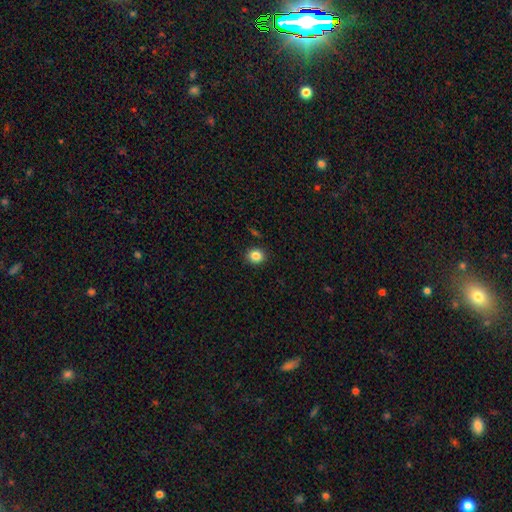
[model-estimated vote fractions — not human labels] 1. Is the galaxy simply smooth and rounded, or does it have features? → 85% smooth, 11% star or artifact, 5% featured or disk.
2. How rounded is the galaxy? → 78% round, 21% in between, 1% cigar-shaped.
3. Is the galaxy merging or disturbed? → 90% none, 7% minor disturbance, 2% major disturbance, 2% merger.